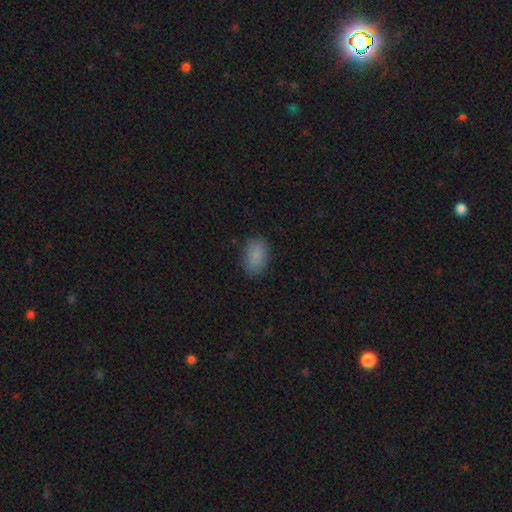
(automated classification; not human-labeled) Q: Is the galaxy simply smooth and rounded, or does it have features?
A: smooth — 85%.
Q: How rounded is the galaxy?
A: in between — 88%.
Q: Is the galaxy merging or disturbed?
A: none — 83%.